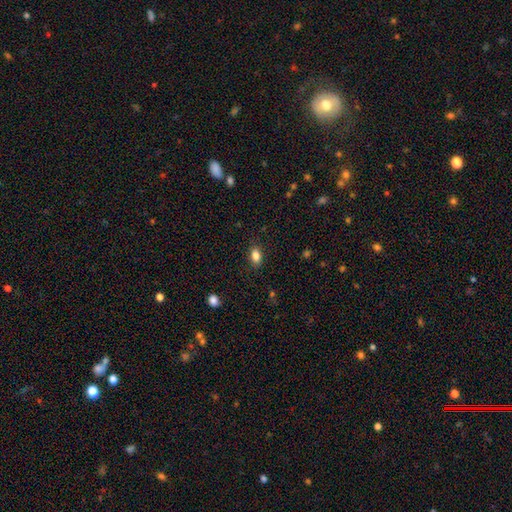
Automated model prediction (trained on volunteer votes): Overall: smooth (85%). How rounded: in between (85%). Merging: none (86%).